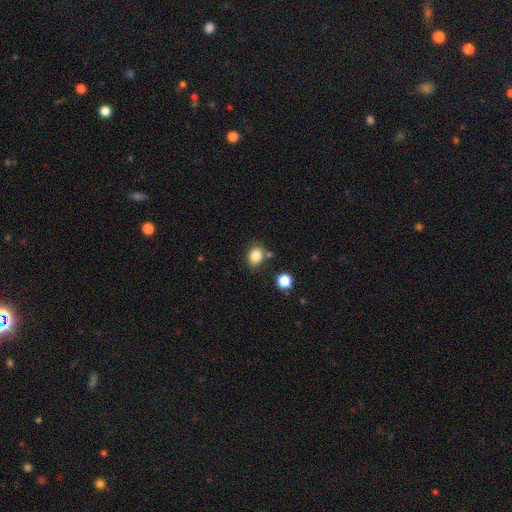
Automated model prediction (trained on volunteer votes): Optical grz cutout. It shows a smooth galaxy with no disk features (83%) that is round (57%). Merging: none (75%).